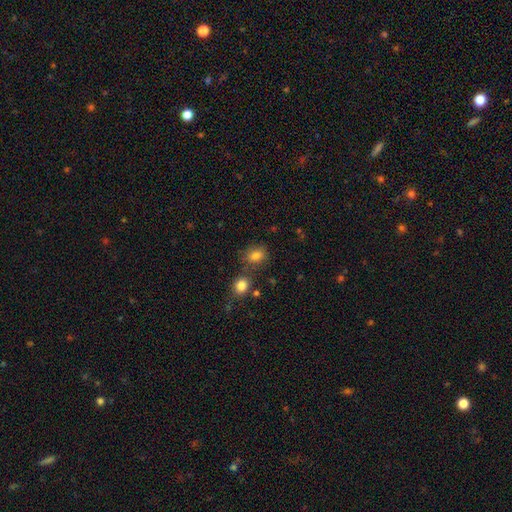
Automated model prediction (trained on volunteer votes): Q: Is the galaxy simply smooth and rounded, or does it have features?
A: smooth — 82%.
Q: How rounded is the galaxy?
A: in between — 54%.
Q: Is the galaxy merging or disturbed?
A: none — 68%.